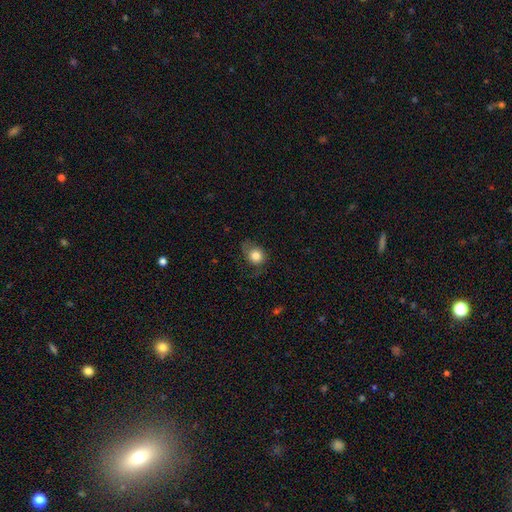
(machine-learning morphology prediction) smooth 79%, featured or disk 12%, star or artifact 9%. Down the decision tree: how rounded — round (68%); merging — none (50%).